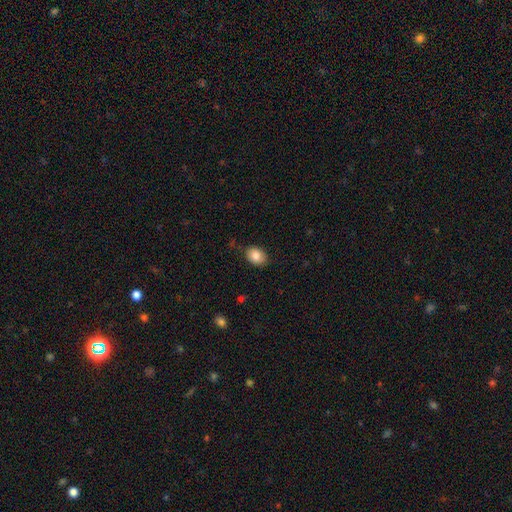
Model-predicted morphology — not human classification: This is clearly a smooth galaxy (84%). How rounded: likely in between (63%). Merging: clearly none (84%).